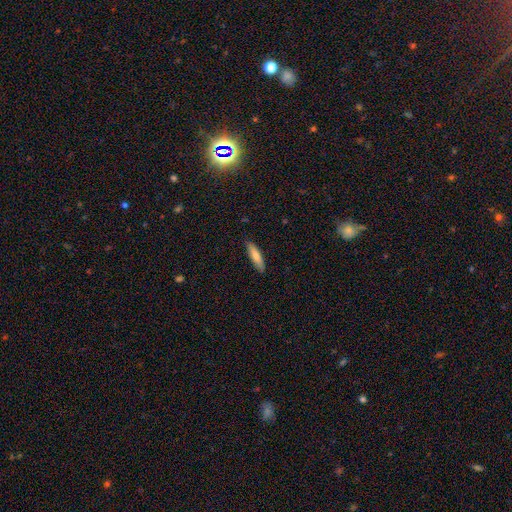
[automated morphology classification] A smooth galaxy with no disk features (80%) that is cigar-shaped (74%).

Vote fractions:
- Smooth or featured? smooth: 80% / featured or disk: 14% / star or artifact: 6%
- How rounded? cigar-shaped: 74% / in between: 25% / round: 1%
- Merging? none: 89% / minor disturbance: 9% / major disturbance: 2% / merger: 1%